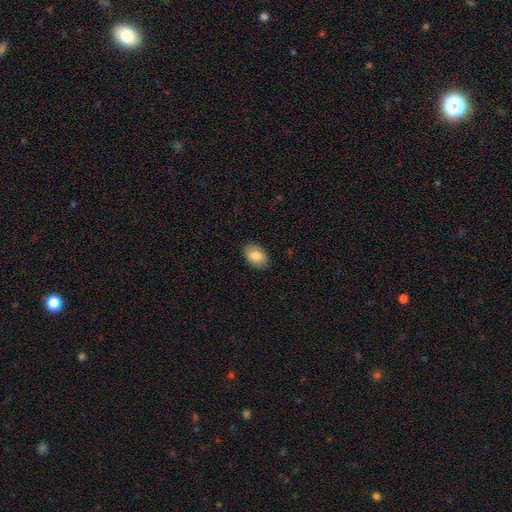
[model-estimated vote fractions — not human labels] Smooth or featured?
  - smooth: 83% *
  - featured or disk: 10%
  - star or artifact: 7%
How rounded?
  - in between: 85% *
  - round: 14%
  - cigar-shaped: 1%
Merging?
  - none: 88% *
  - minor disturbance: 9%
  - major disturbance: 2%
  - merger: 1%